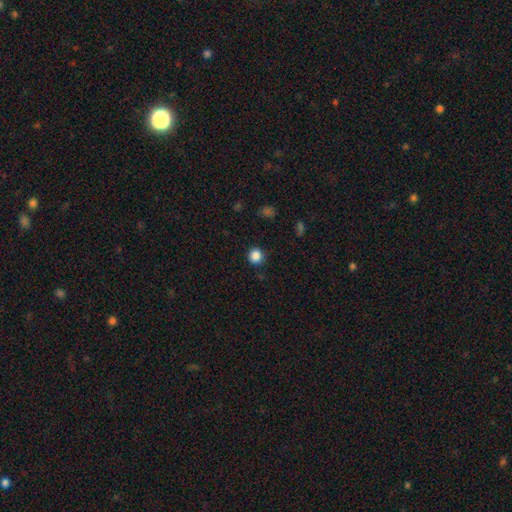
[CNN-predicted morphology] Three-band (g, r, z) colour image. It shows a smooth galaxy with no disk features (86%) that is round (92%). Merging: none (89%).